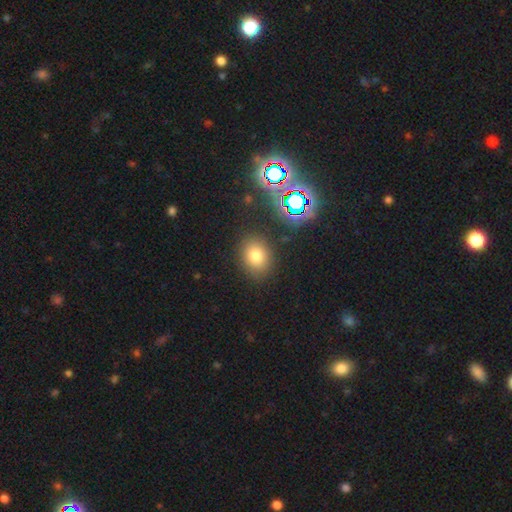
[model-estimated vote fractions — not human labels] Smooth or featured? smooth (74%)
How rounded? round (53%)
Merging? none (85%)